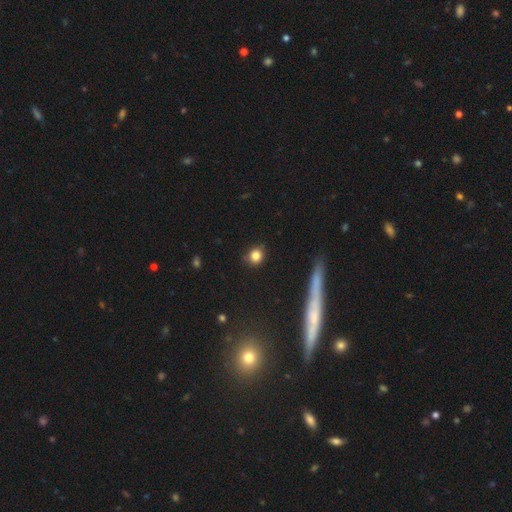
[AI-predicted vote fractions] Smooth or featured: smooth — 81% (star or artifact — 12%)
How rounded: round — 83% (in between — 15%)
Merging: none — 85% (minor disturbance — 10%)